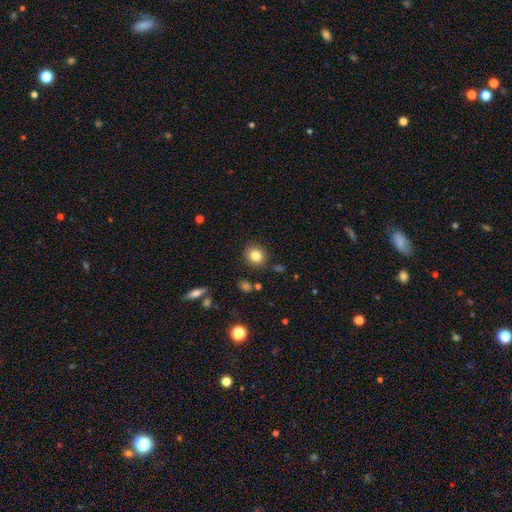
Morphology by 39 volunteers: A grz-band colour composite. It shows a smooth galaxy with no disk features (79%) that is round (81%). Merging: none (92%).